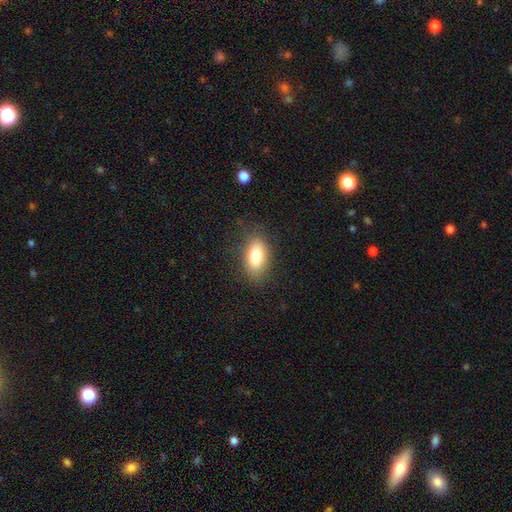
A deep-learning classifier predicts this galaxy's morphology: A smooth galaxy with no disk features (81%) that is in between round and cigar-shaped (90%).

Vote fractions:
- Smooth or featured? smooth: 81% / featured or disk: 11% / star or artifact: 8%
- How rounded? in between: 90% / round: 5% / cigar-shaped: 5%
- Merging? none: 81% / minor disturbance: 13% / major disturbance: 4% / merger: 1%